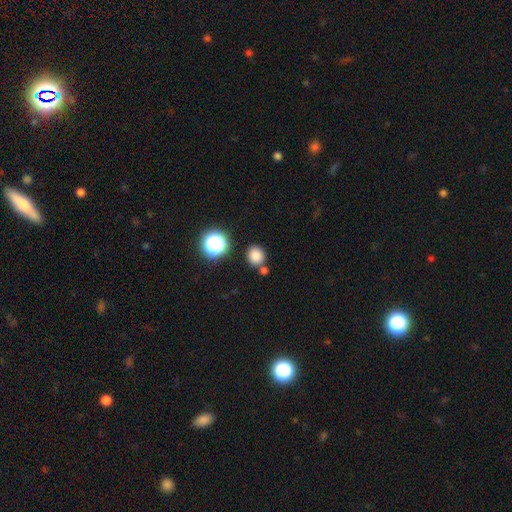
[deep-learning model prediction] Smooth or featured? smooth (81%)
How rounded? round (83%)
Merging? none (77%)